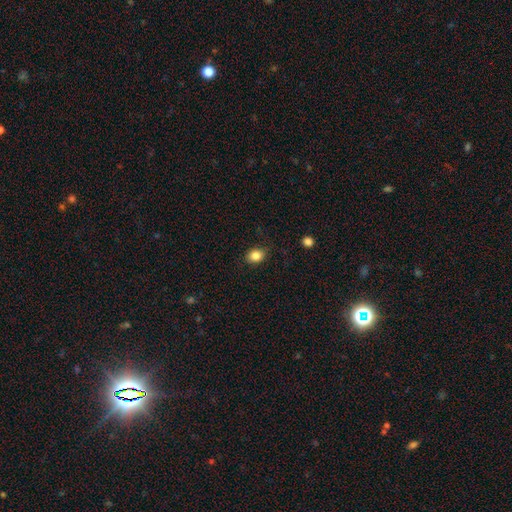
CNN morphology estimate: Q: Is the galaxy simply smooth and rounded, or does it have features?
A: smooth — 85%.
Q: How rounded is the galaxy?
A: in between — 59%.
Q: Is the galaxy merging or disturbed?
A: none — 85%.